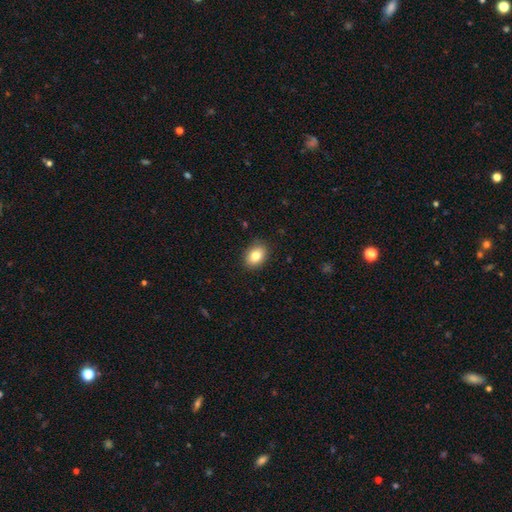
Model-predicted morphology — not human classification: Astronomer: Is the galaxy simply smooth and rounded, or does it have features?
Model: smooth — 81%.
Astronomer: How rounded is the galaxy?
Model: in between — 71%.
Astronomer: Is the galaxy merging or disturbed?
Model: none — 87%.